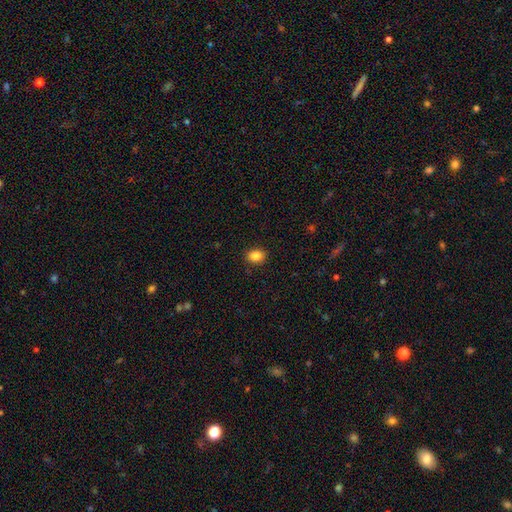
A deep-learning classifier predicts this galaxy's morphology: type=smooth (86%); roundness=in between (55%); merging=none (89%).